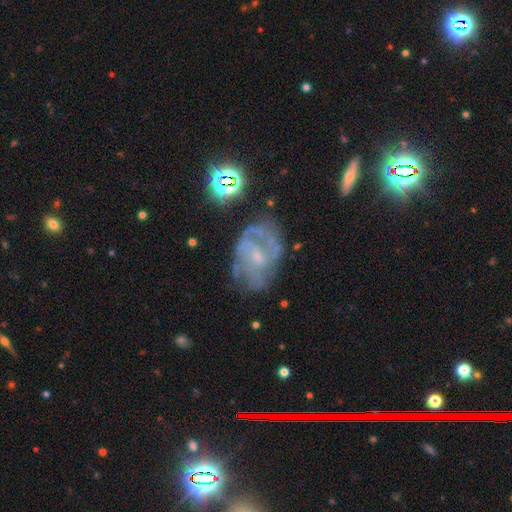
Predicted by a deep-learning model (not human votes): Overall: featured or disk (74%). Edge-on disk: no (97%). Bar: no (49%; weak 43%). Spiral arms: yes (78%). Spiral arm count: can't tell (43%; 2 31%). Spiral winding: medium (42%; tight 38%). Bulge size: small (55%; moderate 25%). Merging: none (54%; minor disturbance 23%).